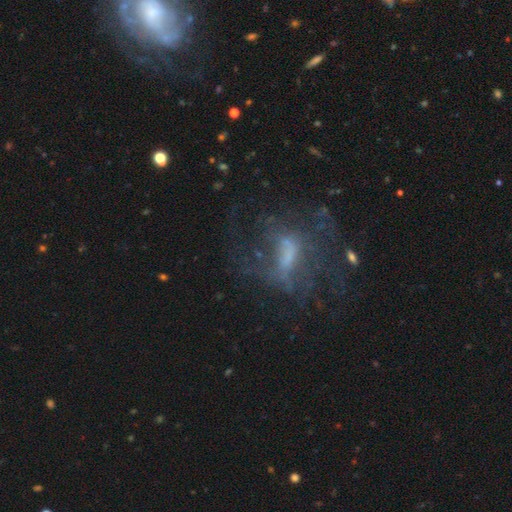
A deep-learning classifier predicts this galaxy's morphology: Smooth or featured? Predicted: featured or disk (p=0.59). Edge-on disk? Predicted: no (p=0.80). Merging? Predicted: none (p=0.59).